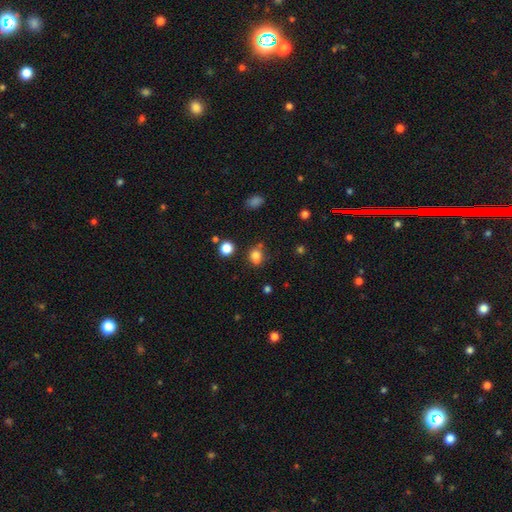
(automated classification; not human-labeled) Morphology: type=smooth (79%); roundness=round (59%); merging=none (64%).